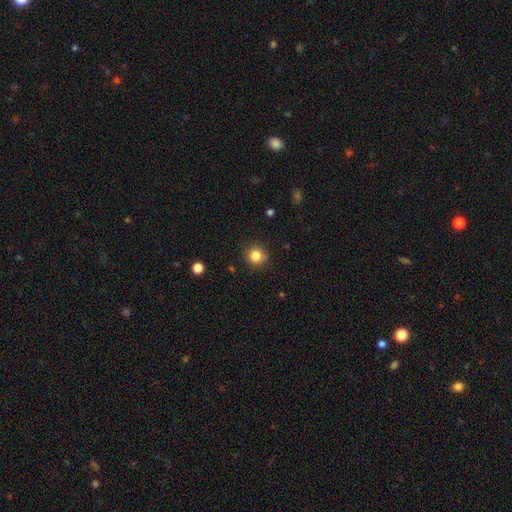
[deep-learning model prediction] Smooth or featured? smooth (84%)
How rounded? round (91%)
Merging? none (85%)